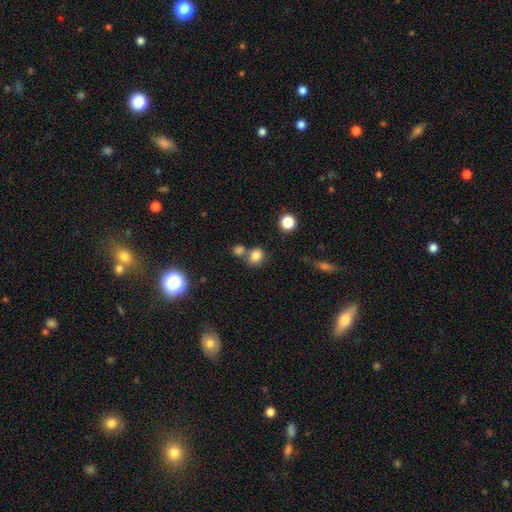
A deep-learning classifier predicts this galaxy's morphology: This is clearly a smooth galaxy (81%). How rounded: likely round (71%). Merging: possibly none (59%).